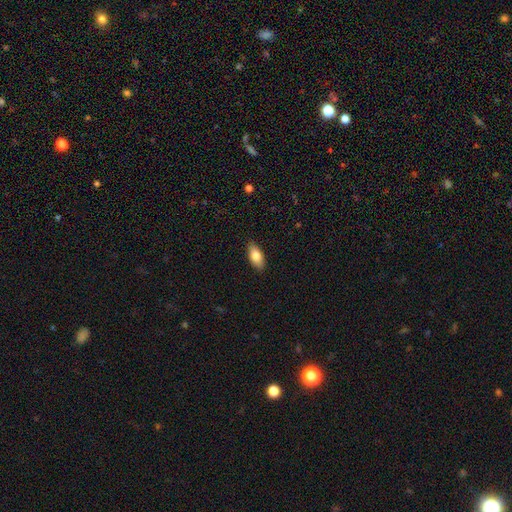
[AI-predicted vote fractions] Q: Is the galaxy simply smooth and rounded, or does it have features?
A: smooth — 82%.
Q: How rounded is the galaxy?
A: in between — 87%.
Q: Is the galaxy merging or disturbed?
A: none — 88%.